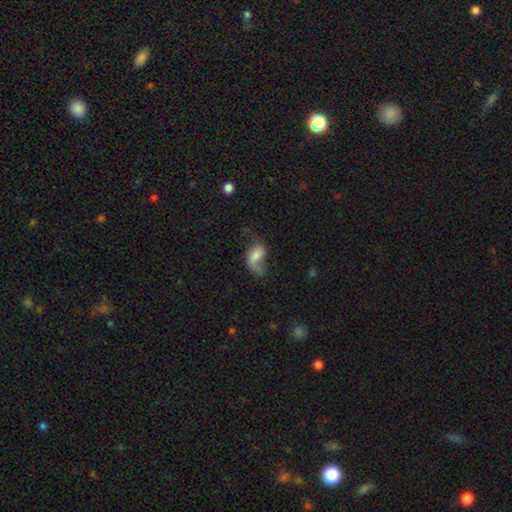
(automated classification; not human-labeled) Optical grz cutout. It shows a smooth galaxy with no disk features (50%) that is in between round and cigar-shaped (86%). Merging: major disturbance (41%).